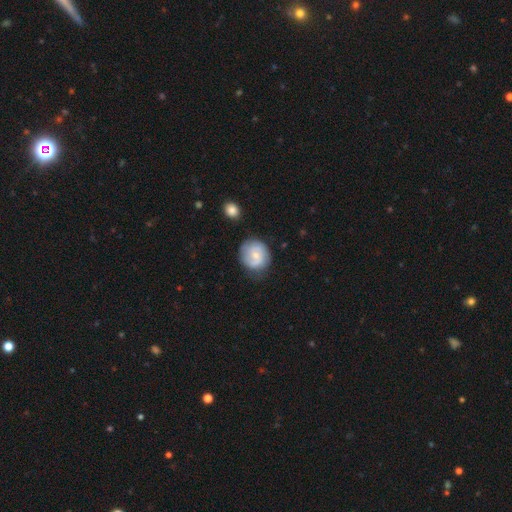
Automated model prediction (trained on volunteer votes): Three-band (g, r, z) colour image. It shows a featured or disk galaxy (53%) with no bar (56%), spiral arms (84%) and a small central bulge (58%). Merging: none (72%).